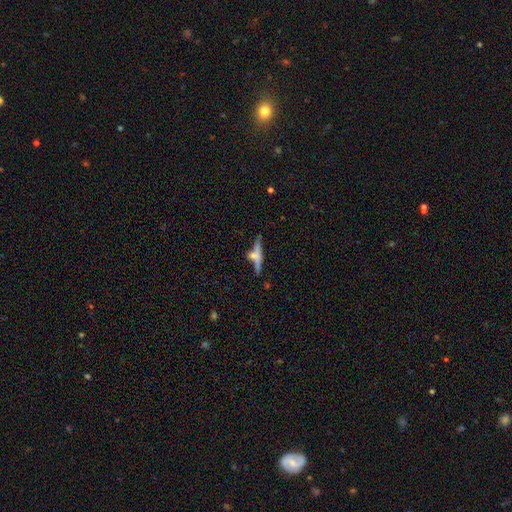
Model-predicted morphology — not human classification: Smooth or featured? Predicted: featured or disk (p=0.49). Merging? Predicted: none (p=0.59).